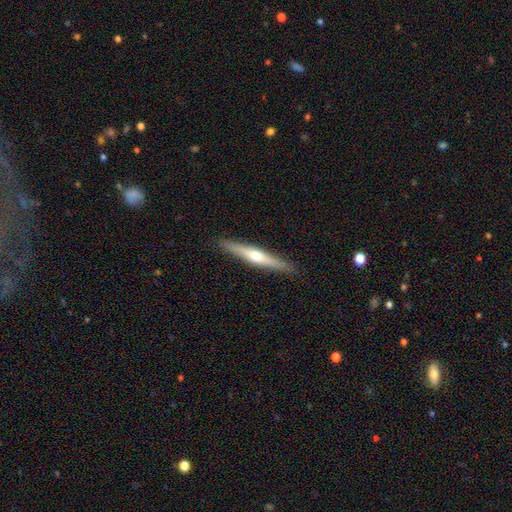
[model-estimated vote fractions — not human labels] smooth-or-featured: featured or disk: 60% | smooth: 35% | star or artifact: 5%
  disk-edge-on: yes: 96% | no: 4%
    edge-on-bulge: rounded: 86% | none: 10% | boxy: 4%
  merging: none: 91% | minor disturbance: 7% | major disturbance: 1% | merger: 1%